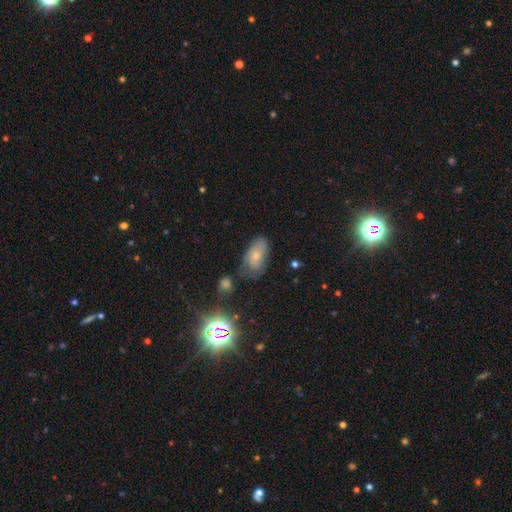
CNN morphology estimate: A smooth galaxy with no disk features (58%) that is in between round and cigar-shaped (91%).

Vote fractions:
- Smooth or featured? smooth: 58% / featured or disk: 30% / star or artifact: 12%
- How rounded? in between: 91% / round: 6% / cigar-shaped: 3%
- Merging? none: 55% / minor disturbance: 30% / major disturbance: 10% / merger: 5%